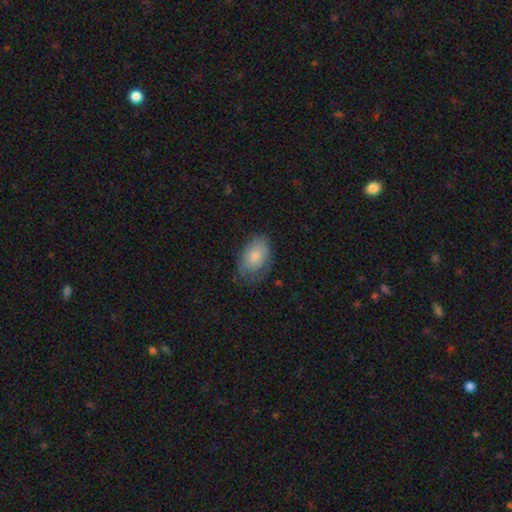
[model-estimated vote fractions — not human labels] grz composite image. It shows a smooth galaxy with no disk features (76%) that is in between round and cigar-shaped (87%). Merging: none (63%).